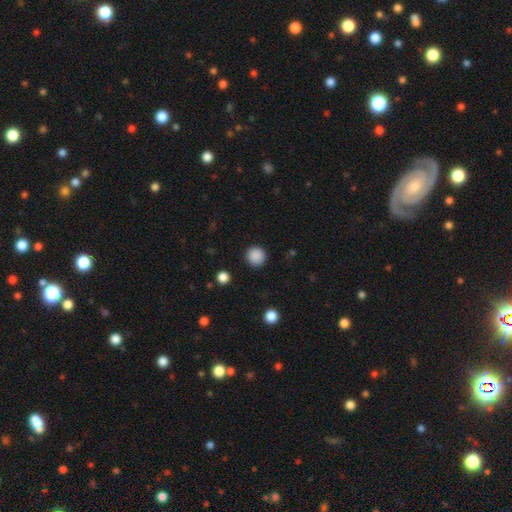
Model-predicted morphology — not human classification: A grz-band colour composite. It shows a smooth galaxy with no disk features (89%) that is round (94%). Merging: none (91%).